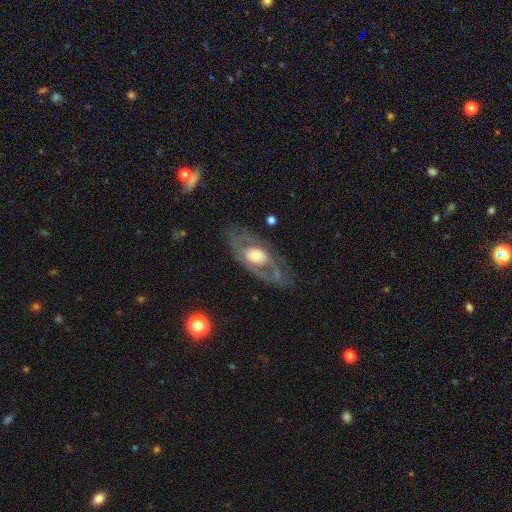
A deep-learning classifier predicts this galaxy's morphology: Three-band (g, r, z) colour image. It shows a featured or disk galaxy (73%) with no bar (72%), spiral arms (62%) and a moderate central bulge (52%). Merging: none (66%).